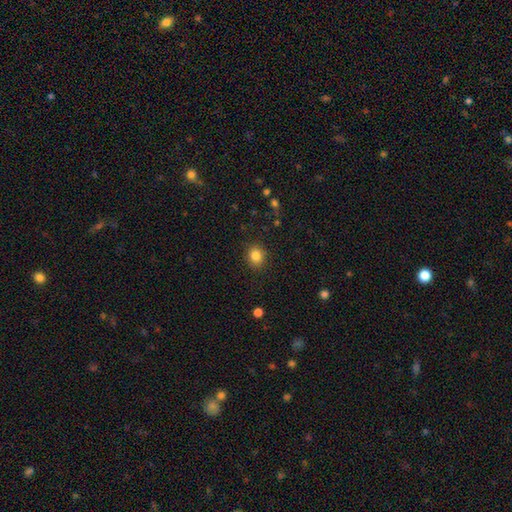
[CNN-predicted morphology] Smooth or featured? smooth (85%)
How rounded? round (74%)
Merging? none (88%)